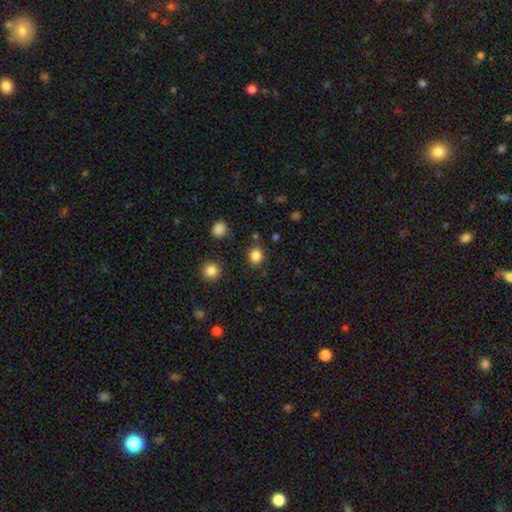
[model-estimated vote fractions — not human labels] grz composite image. It shows a smooth galaxy with no disk features (84%) that is round (76%). Merging: none (83%).